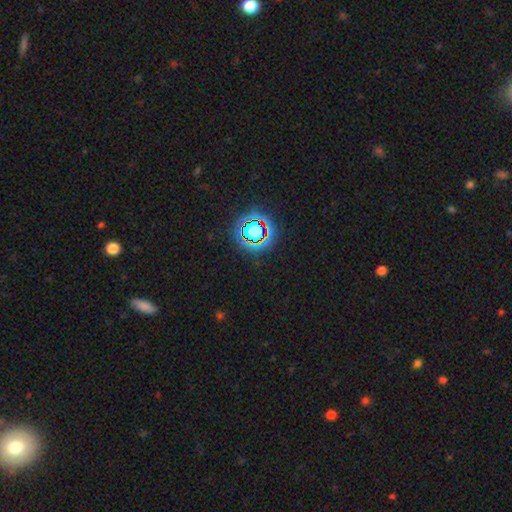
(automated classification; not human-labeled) Smooth or featured?
  - star or artifact: 77% *
  - smooth: 14%
  - featured or disk: 9%